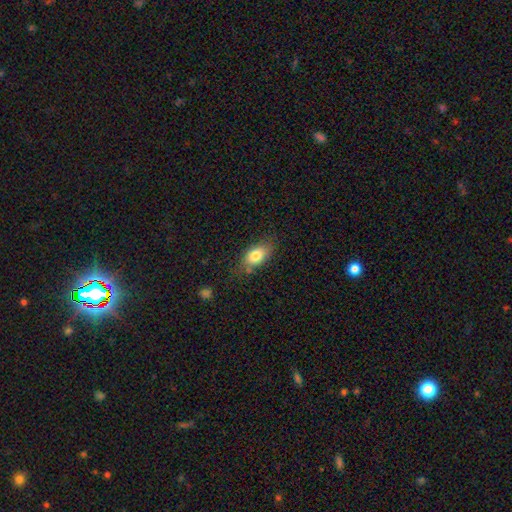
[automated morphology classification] A smooth galaxy with no disk features (80%) that is in between round and cigar-shaped (87%). Merging: none (71%).